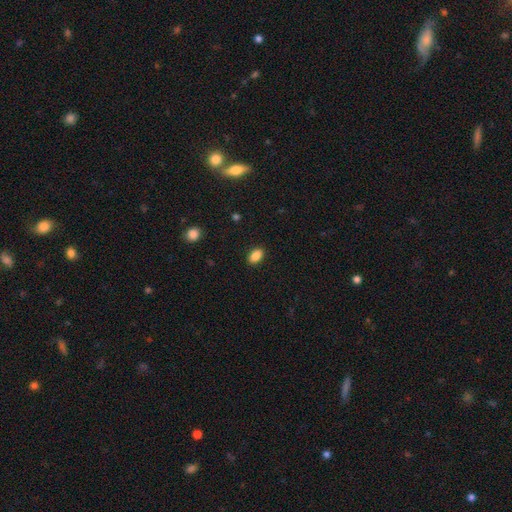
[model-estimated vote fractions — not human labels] Smooth or featured? Predicted: smooth (p=0.87). How rounded? Predicted: in between (p=0.89). Merging? Predicted: none (p=0.89).